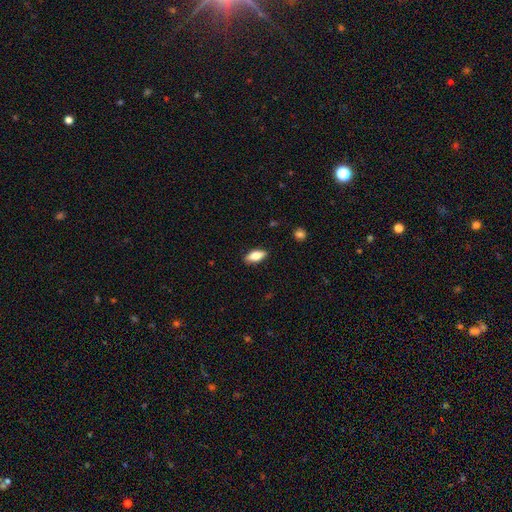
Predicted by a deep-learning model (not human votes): smooth_or_featured: smooth (p=0.73) [alt: featured or disk p=0.20]
how_rounded: in between (p=0.81) [alt: cigar-shaped p=0.16]
merging: none (p=0.88) [alt: minor disturbance p=0.09]